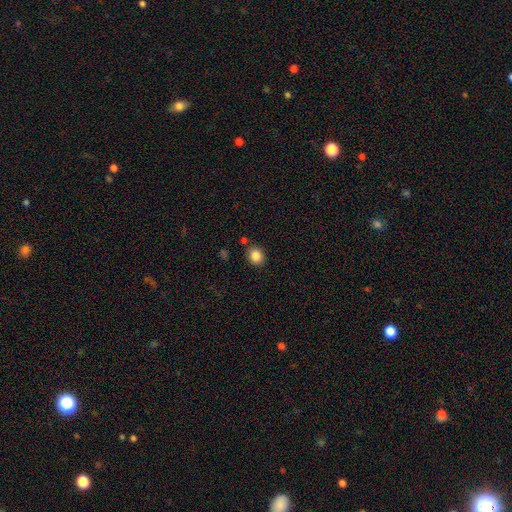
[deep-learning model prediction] Q: Smooth or featured?
A: smooth (85%); runner-up: star or artifact (10%)
Q: How rounded?
A: round (64%); runner-up: in between (35%)
Q: Merging?
A: none (84%); runner-up: minor disturbance (9%)